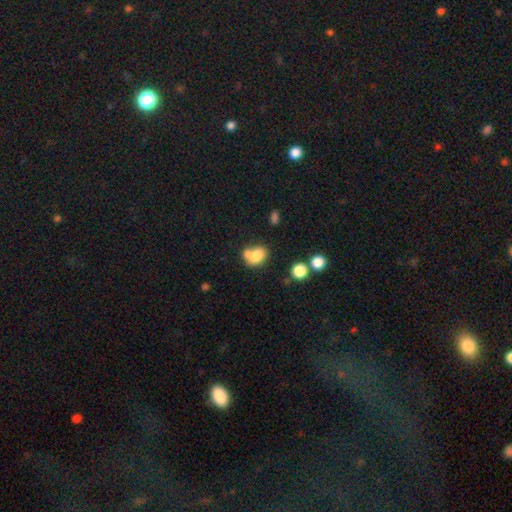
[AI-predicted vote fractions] A smooth galaxy with no disk features (78%) that is in between round and cigar-shaped (70%).

Vote fractions:
- Smooth or featured? smooth: 78% / featured or disk: 12% / star or artifact: 10%
- How rounded? in between: 70% / round: 29% / cigar-shaped: 1%
- Merging? none: 42% / merger: 37% / minor disturbance: 15% / major disturbance: 6%